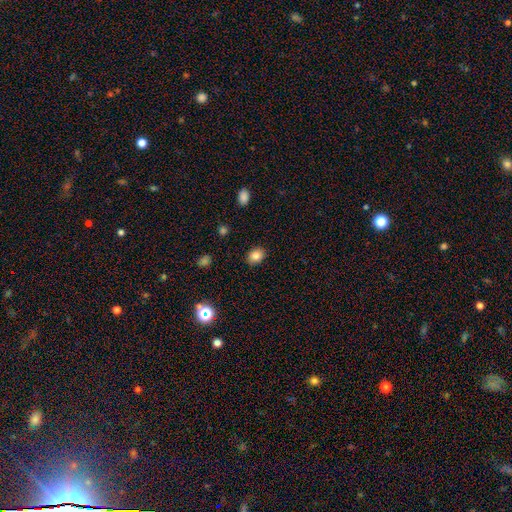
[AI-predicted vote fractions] Morphology: type=smooth (82%); roundness=in between (55%); merging=none (88%).